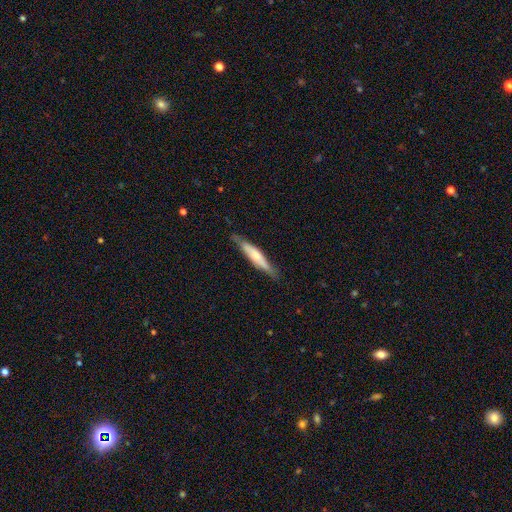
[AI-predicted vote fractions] Smooth or featured? Predicted: smooth (p=0.49). Merging? Predicted: none (p=0.77).